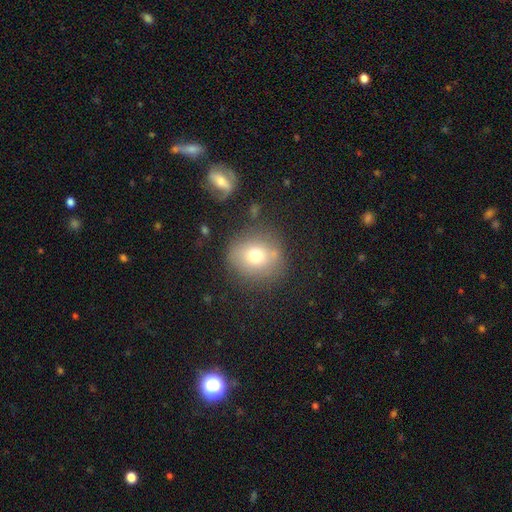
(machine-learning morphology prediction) type=smooth (71%); roundness=round (85%); merging=none (76%).